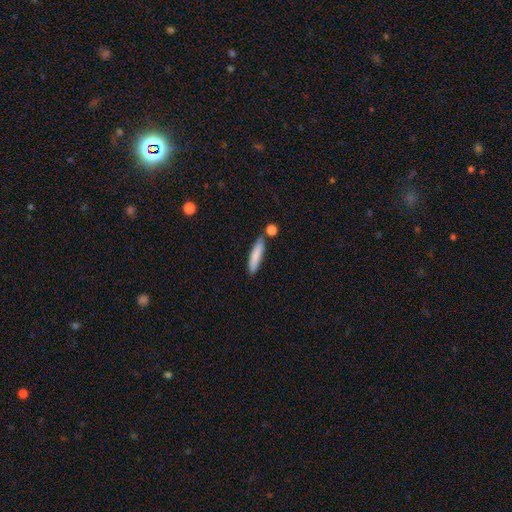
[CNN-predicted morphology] The model was most divided on "merging": none: 75%, minor disturbance: 13%, merger: 9%, major disturbance: 3%. More confident: how rounded — cigar-shaped (83%); smooth or featured — smooth (82%).